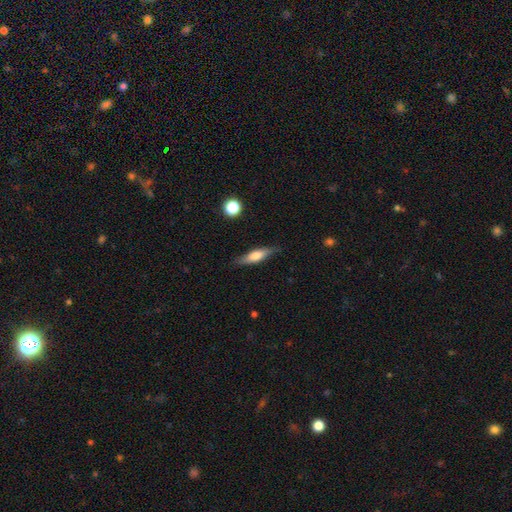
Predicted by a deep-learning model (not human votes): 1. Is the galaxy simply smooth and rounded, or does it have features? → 55% smooth, 38% featured or disk, 7% star or artifact.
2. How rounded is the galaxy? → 65% cigar-shaped, 32% in between, 3% round.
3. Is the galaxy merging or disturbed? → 83% none, 13% minor disturbance, 3% major disturbance, 1% merger.